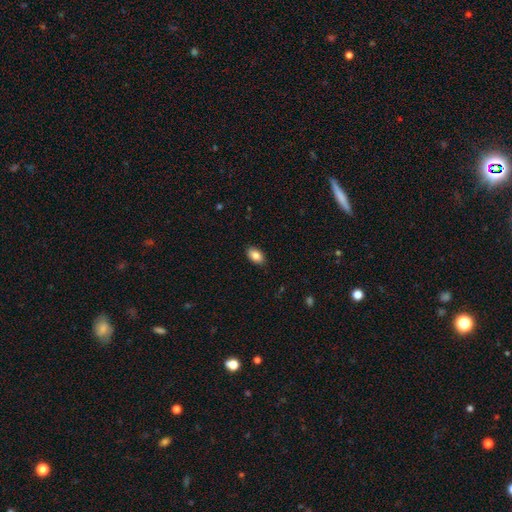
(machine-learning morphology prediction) This is clearly a smooth galaxy (85%). How rounded: clearly in between (91%). Merging: clearly none (89%).